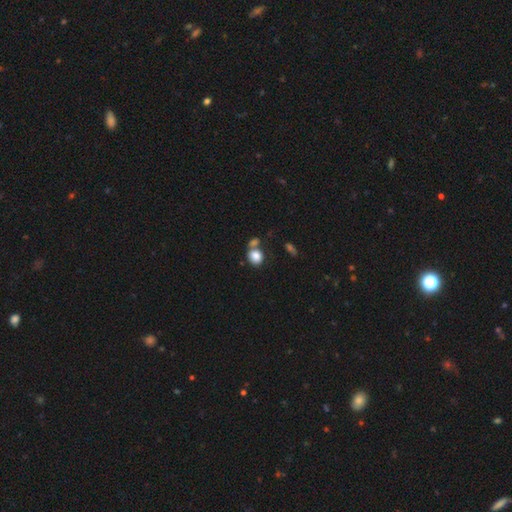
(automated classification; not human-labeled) A smooth galaxy with no disk features (84%) that is round (63%).

Vote fractions:
- Smooth or featured? smooth: 84% / star or artifact: 9% / featured or disk: 7%
- How rounded? round: 63% / in between: 36% / cigar-shaped: 1%
- Merging? none: 48% / merger: 34% / minor disturbance: 13% / major disturbance: 6%